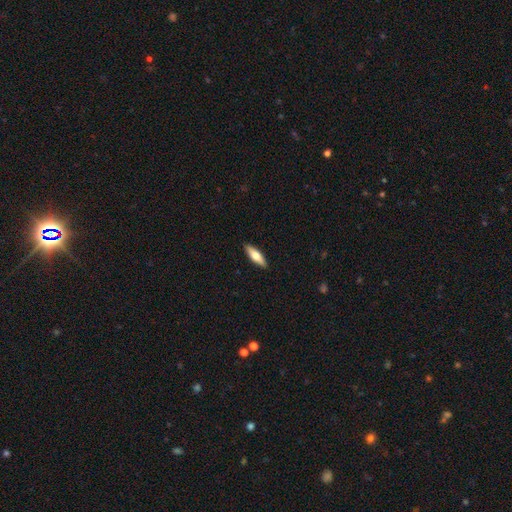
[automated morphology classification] A smooth galaxy with no disk features (62%) that is cigar-shaped (54%).

Vote fractions:
- Smooth or featured? smooth: 62% / featured or disk: 32% / star or artifact: 5%
- How rounded? cigar-shaped: 54% / in between: 44% / round: 2%
- Merging? none: 90% / minor disturbance: 7% / major disturbance: 2% / merger: 1%